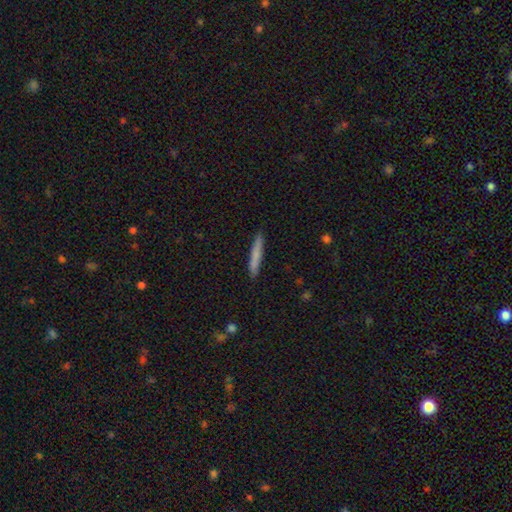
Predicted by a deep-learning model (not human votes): Q: Smooth or featured?
A: smooth (75%); runner-up: featured or disk (19%)
Q: How rounded?
A: cigar-shaped (95%); runner-up: in between (3%)
Q: Merging?
A: none (89%); runner-up: minor disturbance (8%)